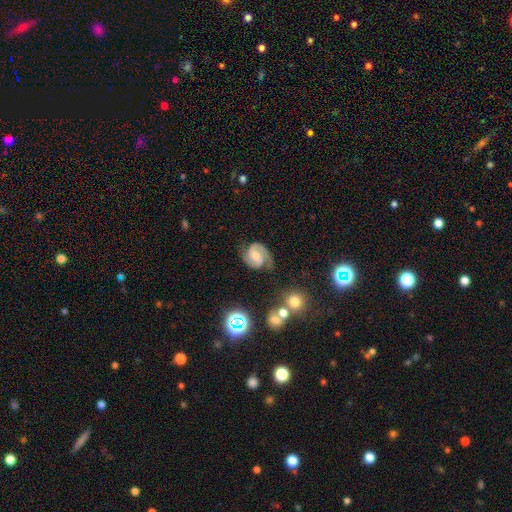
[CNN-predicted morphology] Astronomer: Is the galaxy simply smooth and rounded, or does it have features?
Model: featured or disk — 83%.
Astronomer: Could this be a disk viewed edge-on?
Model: no — 98%.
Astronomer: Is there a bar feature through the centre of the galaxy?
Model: no — 49% (runner-up: weak, 39%).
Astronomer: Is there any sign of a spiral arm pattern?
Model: yes — 97%.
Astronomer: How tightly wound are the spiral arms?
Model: medium — 48% (runner-up: tight, 38%).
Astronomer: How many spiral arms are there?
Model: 2 — 83%.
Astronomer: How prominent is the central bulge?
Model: moderate — 57% (runner-up: small, 35%).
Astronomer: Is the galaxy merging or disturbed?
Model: none — 65%.